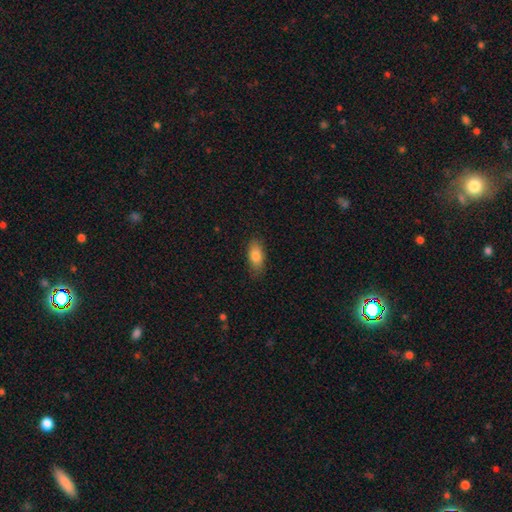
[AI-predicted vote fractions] Smooth or featured? Predicted: smooth (p=0.82). How rounded? Predicted: in between (p=0.86). Merging? Predicted: none (p=0.83).